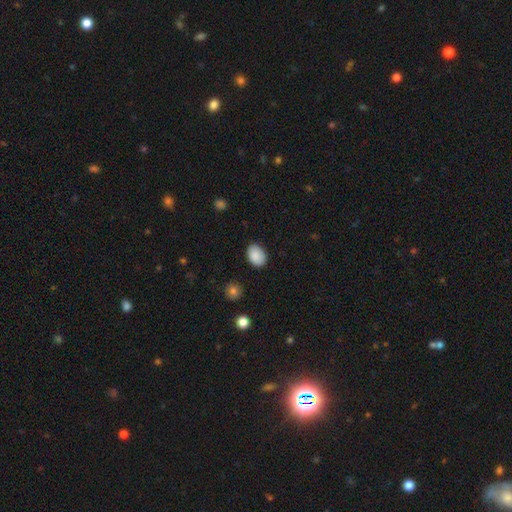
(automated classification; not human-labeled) smooth_or_featured: smooth (p=0.89) [alt: star or artifact p=0.07]
how_rounded: in between (p=0.78) [alt: round p=0.21]
merging: none (p=0.84) [alt: minor disturbance p=0.12]